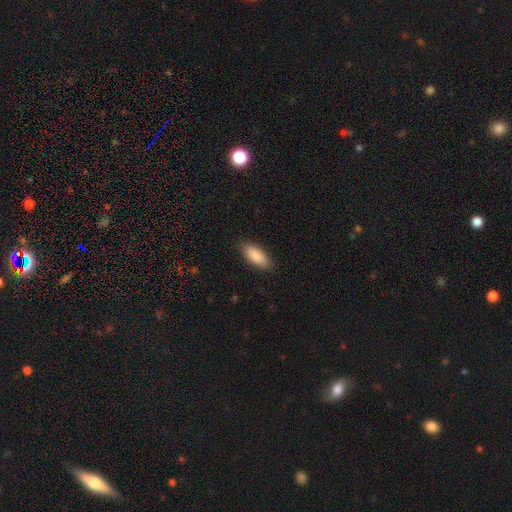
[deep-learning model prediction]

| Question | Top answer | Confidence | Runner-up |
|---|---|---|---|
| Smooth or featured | smooth | 89% | star or artifact (6%) |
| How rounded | in between | 83% | cigar-shaped (15%) |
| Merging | none | 87% | minor disturbance (10%) |